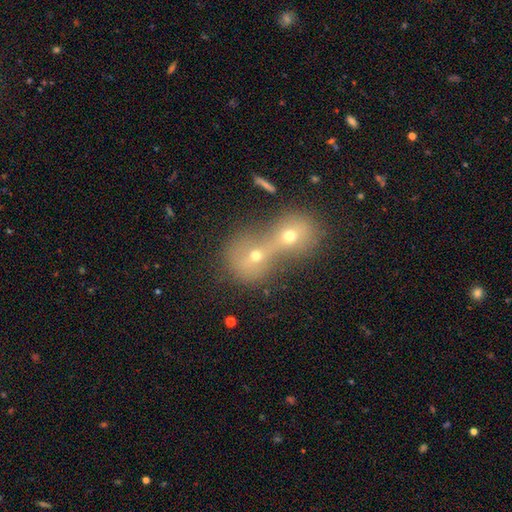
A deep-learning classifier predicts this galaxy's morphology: type=smooth (58%); roundness=round (76%); merging=merger (79%).